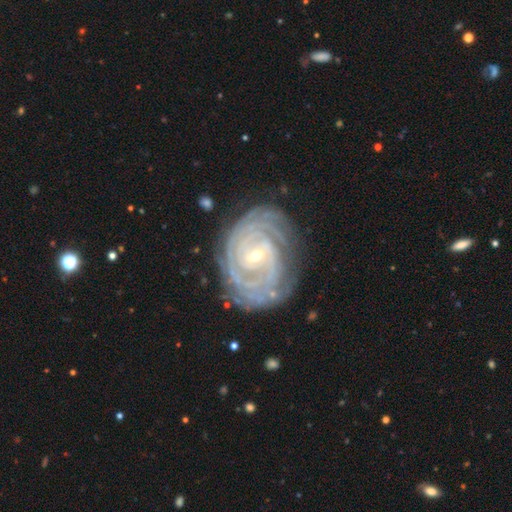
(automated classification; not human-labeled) A featured or disk galaxy (91%) with a weak bar (44%), tight (84%) spiral arms (98%) and a small central bulge (75%). Merging: none (76%).